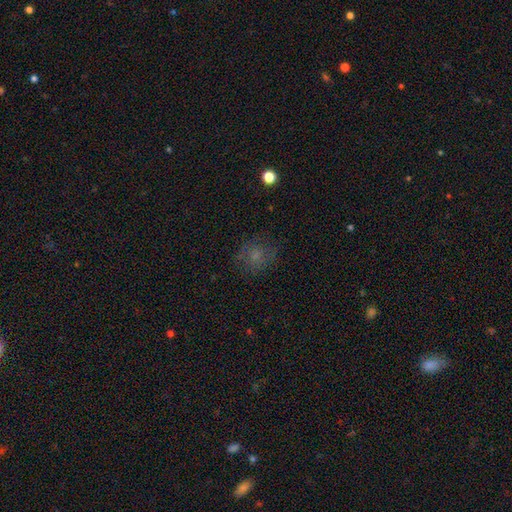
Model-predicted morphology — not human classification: Smooth or featured?
  - smooth: 60% *
  - featured or disk: 22%
  - star or artifact: 18%
How rounded?
  - round: 75% *
  - in between: 24%
  - cigar-shaped: 1%
Merging?
  - none: 72% *
  - minor disturbance: 17%
  - major disturbance: 10%
  - merger: 1%